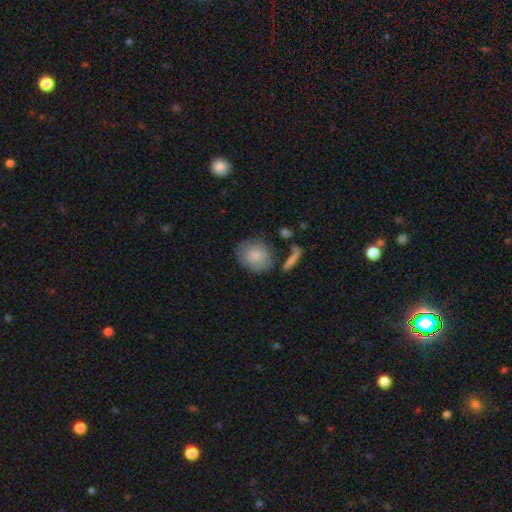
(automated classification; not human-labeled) A smooth galaxy with no disk features (82%) that is round (69%).

Vote fractions:
- Smooth or featured? smooth: 82% / featured or disk: 12% / star or artifact: 7%
- How rounded? round: 69% / in between: 29% / cigar-shaped: 2%
- Merging? none: 63% / minor disturbance: 20% / merger: 9% / major disturbance: 8%